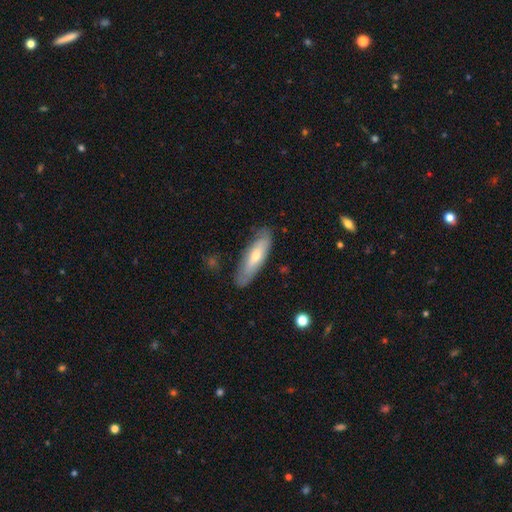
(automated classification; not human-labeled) smooth-or-featured: smooth: 53% | featured or disk: 41% | star or artifact: 6%
  how-rounded: cigar-shaped: 55% | in between: 43% | round: 2%
  merging: none: 79% | minor disturbance: 16% | major disturbance: 4% | merger: 1%